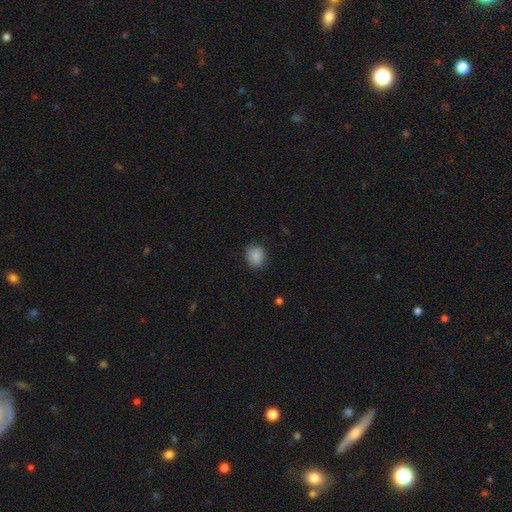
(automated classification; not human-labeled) Morphology: type=smooth (88%); roundness=round (72%); merging=none (85%).